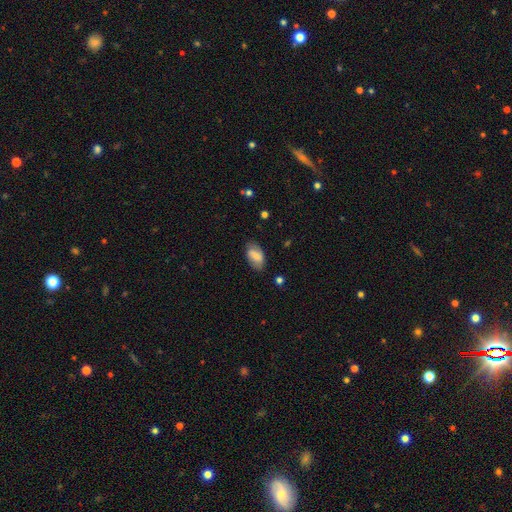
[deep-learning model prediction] The model was most divided on "smooth or featured": smooth: 70%, featured or disk: 22%, star or artifact: 8%. More confident: how rounded — in between (92%); merging — none (75%).